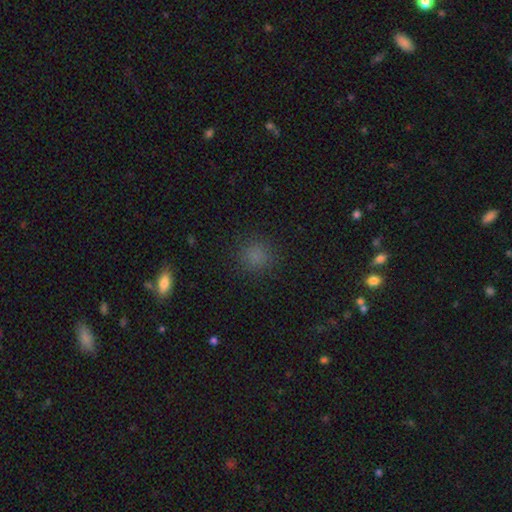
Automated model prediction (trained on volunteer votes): smooth 79%, star or artifact 16%, featured or disk 4%. Down the decision tree: how rounded — round (90%); merging — none (87%).